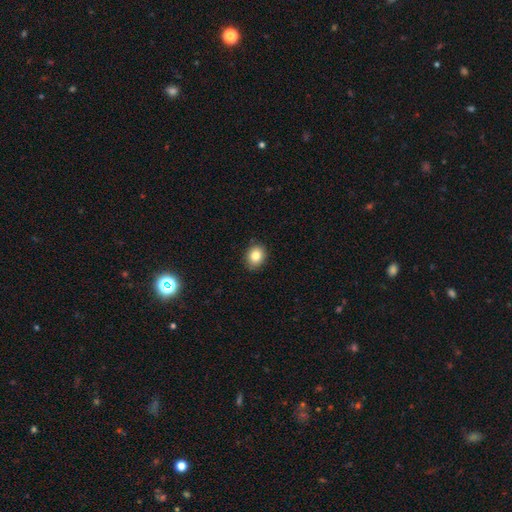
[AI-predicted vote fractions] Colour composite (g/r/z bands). It shows a smooth galaxy with no disk features (83%) that is round (60%). Merging: none (88%).